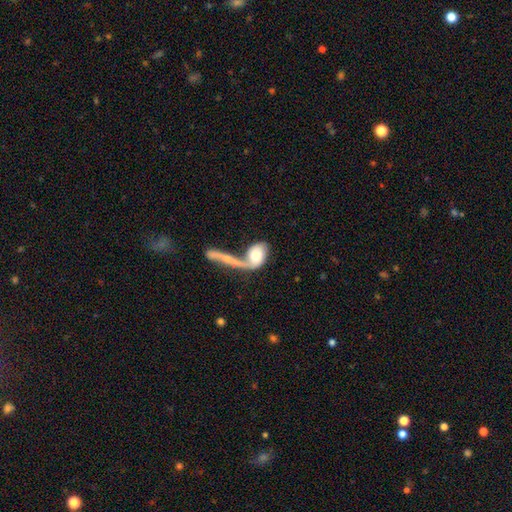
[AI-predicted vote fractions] A smooth galaxy with no disk features (55%) that is in between round and cigar-shaped (76%). Merging: merger (60%).